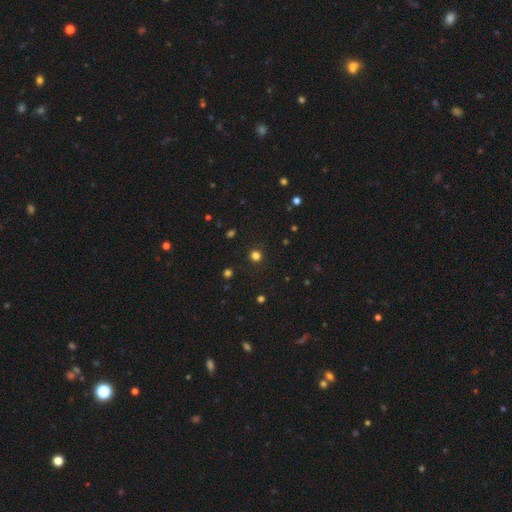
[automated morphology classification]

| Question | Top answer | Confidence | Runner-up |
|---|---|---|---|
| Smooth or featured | smooth | 78% | star or artifact (18%) |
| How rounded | round | 94% | in between (5%) |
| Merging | none | 92% | minor disturbance (5%) |